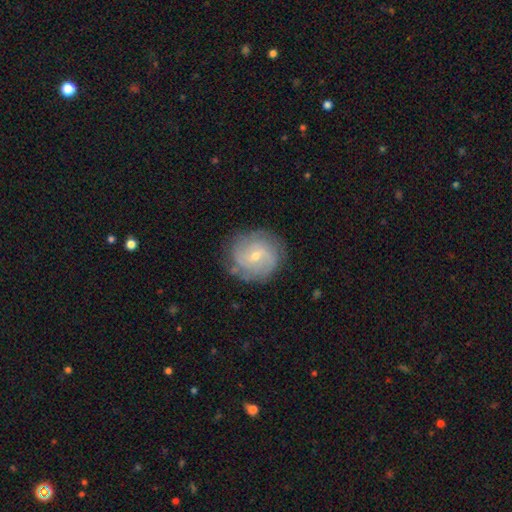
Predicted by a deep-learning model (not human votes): This appears to be a featured or disk galaxy (75%) with a weak bar (47%), 2 (38%) tight (52%) spiral arms (91%) and a small central bulge (65%). Merging: none (81%).